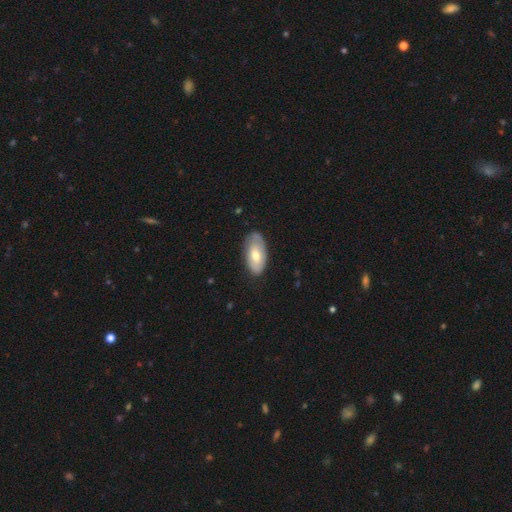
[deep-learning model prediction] This is possibly a smooth galaxy (58%). How rounded: clearly in between (93%). Merging: likely none (72%).